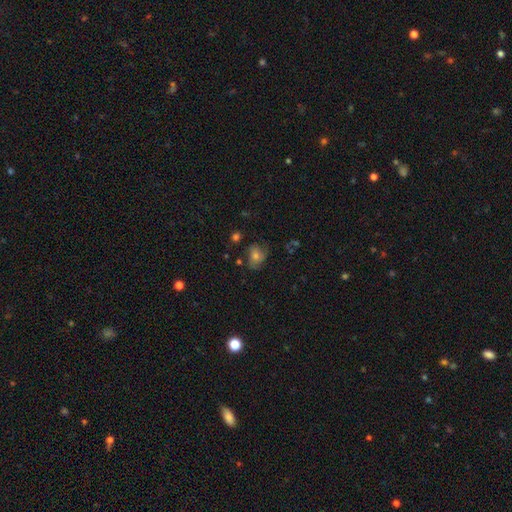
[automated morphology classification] A featured or disk galaxy (45%).

Vote fractions:
- Smooth or featured? featured or disk: 45% / smooth: 38% / star or artifact: 17%
- Merging? none: 61% / minor disturbance: 23% / major disturbance: 14% / merger: 3%